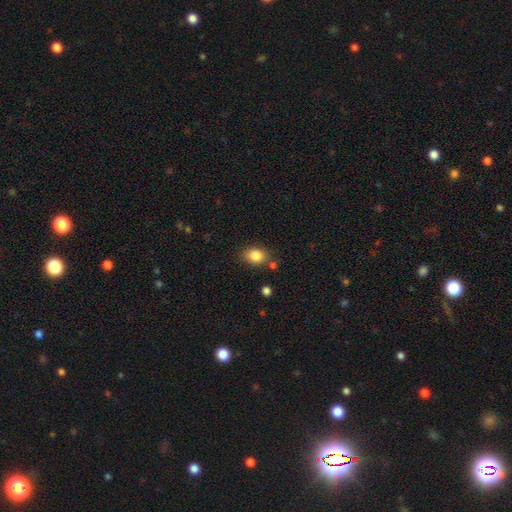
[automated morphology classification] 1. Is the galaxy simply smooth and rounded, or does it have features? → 85% smooth, 9% star or artifact, 6% featured or disk.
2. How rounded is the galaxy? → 67% in between, 32% round, 1% cigar-shaped.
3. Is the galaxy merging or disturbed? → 76% none, 14% minor disturbance, 7% merger, 4% major disturbance.